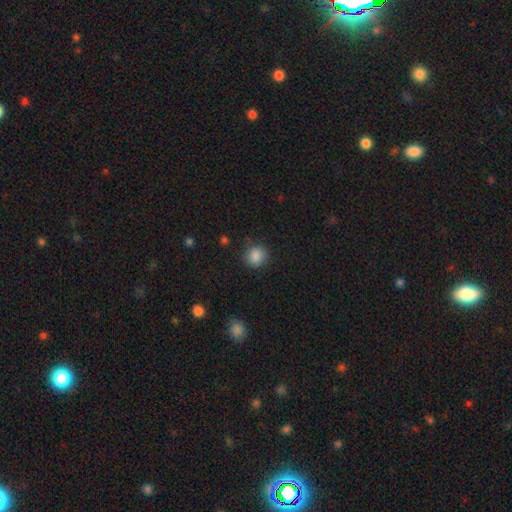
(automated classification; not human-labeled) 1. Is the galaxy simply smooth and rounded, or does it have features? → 86% smooth, 10% star or artifact, 4% featured or disk.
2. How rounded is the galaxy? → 82% round, 17% in between, 1% cigar-shaped.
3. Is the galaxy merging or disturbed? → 85% none, 10% minor disturbance, 3% major disturbance, 2% merger.